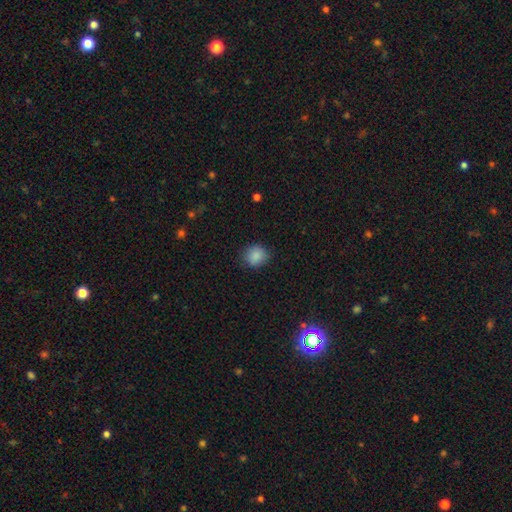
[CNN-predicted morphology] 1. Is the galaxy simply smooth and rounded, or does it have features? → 87% smooth, 9% star or artifact, 4% featured or disk.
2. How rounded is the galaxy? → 80% round, 19% in between, 1% cigar-shaped.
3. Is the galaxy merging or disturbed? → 82% none, 13% minor disturbance, 3% major disturbance, 1% merger.